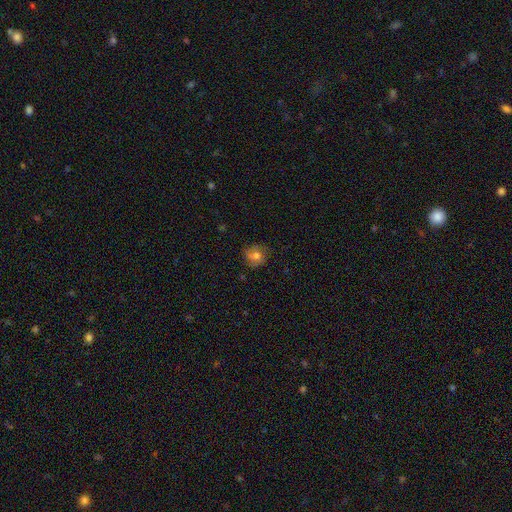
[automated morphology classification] This appears to be a smooth galaxy with no disk features (66%) that is round (82%). Merging: none (72%).